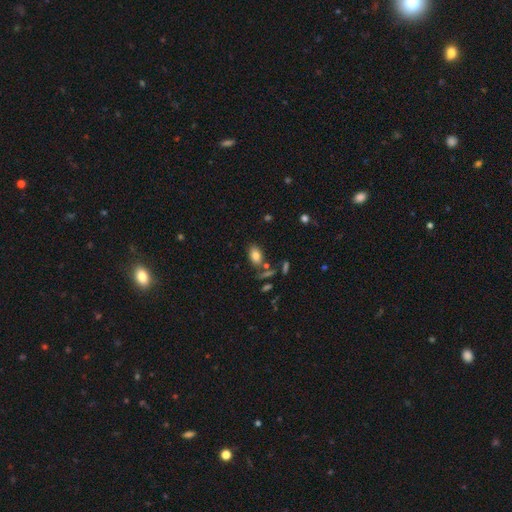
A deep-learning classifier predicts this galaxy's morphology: A smooth galaxy with no disk features (80%) that is in between round and cigar-shaped (88%).

Vote fractions:
- Smooth or featured? smooth: 80% / featured or disk: 10% / star or artifact: 10%
- How rounded? in between: 88% / round: 10% / cigar-shaped: 2%
- Merging? none: 74% / minor disturbance: 13% / merger: 9% / major disturbance: 4%